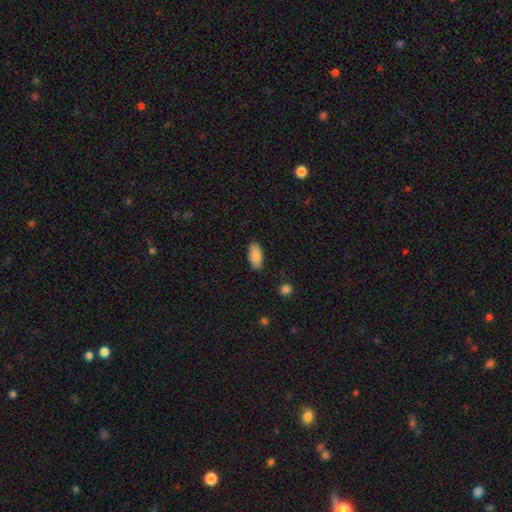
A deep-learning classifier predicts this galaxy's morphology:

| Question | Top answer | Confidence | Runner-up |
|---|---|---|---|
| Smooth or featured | smooth | 87% | star or artifact (7%) |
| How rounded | in between | 92% | cigar-shaped (6%) |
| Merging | none | 87% | minor disturbance (10%) |